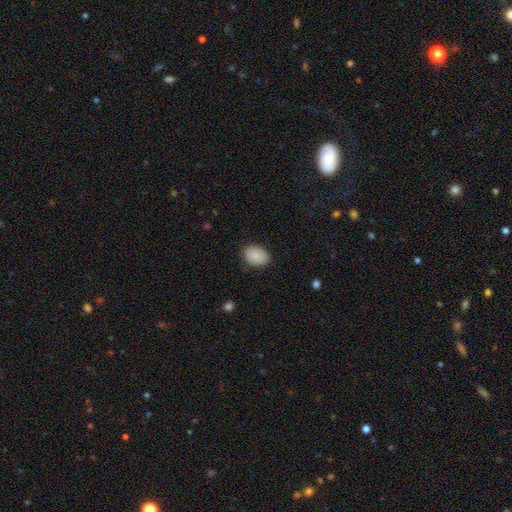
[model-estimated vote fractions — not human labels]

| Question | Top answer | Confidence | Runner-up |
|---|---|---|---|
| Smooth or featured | smooth | 87% | star or artifact (7%) |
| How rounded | in between | 75% | round (24%) |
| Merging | none | 83% | minor disturbance (13%) |